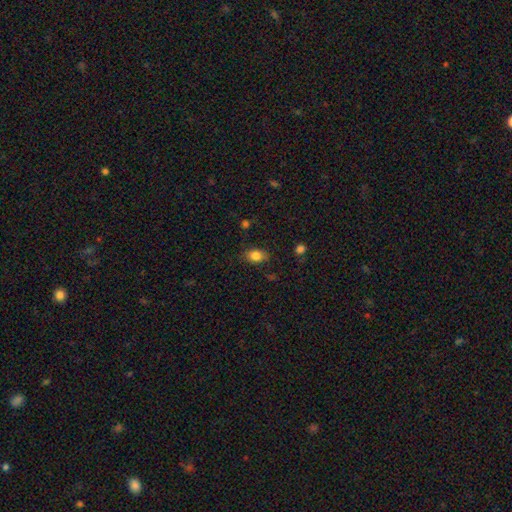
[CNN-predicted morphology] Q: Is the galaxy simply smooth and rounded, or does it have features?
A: smooth — 83%.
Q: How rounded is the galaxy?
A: in between — 75%.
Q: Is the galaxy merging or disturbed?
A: none — 81%.